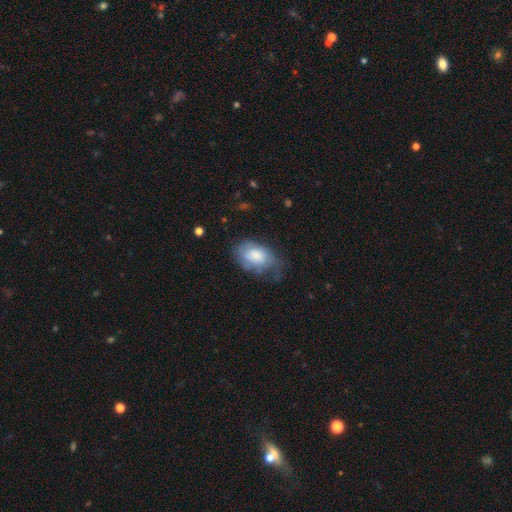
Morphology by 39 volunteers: smooth-or-featured: smooth: 49% | featured or disk: 46% | star or artifact: 5%
  how-rounded: in between: 95% | round: 5% | cigar-shaped: 0%
  merging: none: 41% | minor disturbance: 38% | major disturbance: 19% | merger: 3%